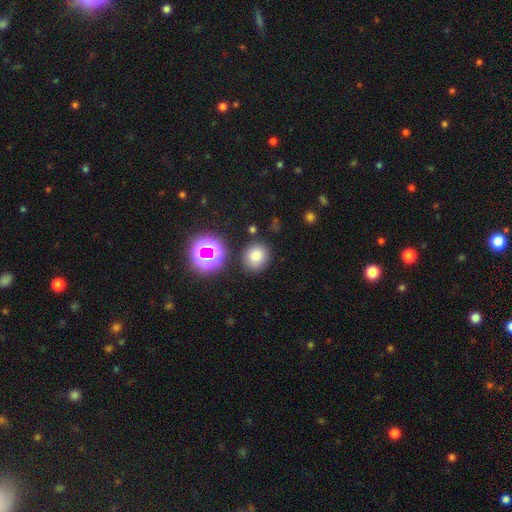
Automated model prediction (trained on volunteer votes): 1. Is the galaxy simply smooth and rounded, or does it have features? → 76% smooth, 16% star or artifact, 8% featured or disk.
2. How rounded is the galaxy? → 79% round, 20% in between, 1% cigar-shaped.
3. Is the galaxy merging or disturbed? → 83% none, 10% minor disturbance, 4% merger, 3% major disturbance.